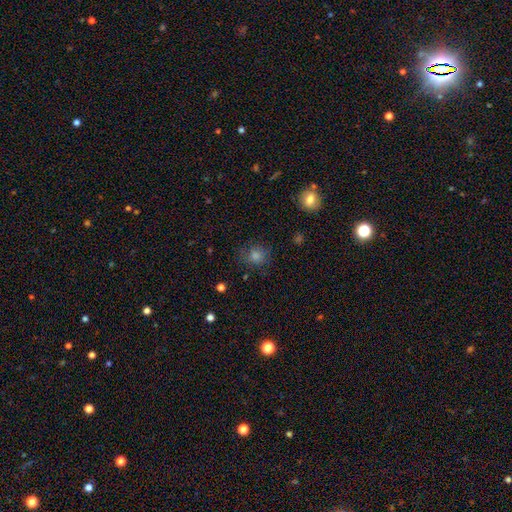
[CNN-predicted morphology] Q: Smooth or featured?
A: smooth (64%); runner-up: star or artifact (24%)
Q: How rounded?
A: round (81%); runner-up: in between (18%)
Q: Merging?
A: none (76%); runner-up: minor disturbance (15%)